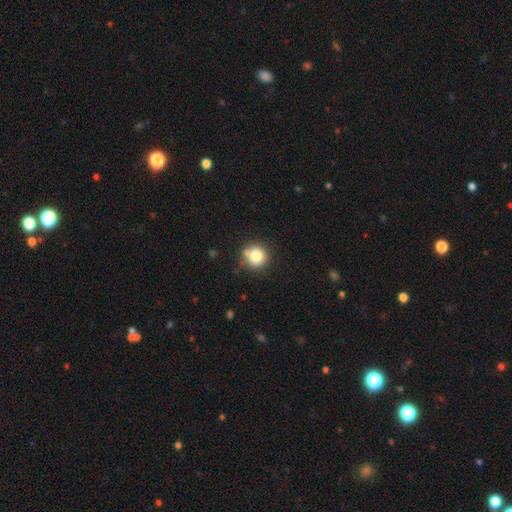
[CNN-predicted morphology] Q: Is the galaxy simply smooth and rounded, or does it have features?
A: smooth — 82%.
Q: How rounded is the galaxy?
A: round — 90%.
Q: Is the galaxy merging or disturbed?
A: none — 75%.